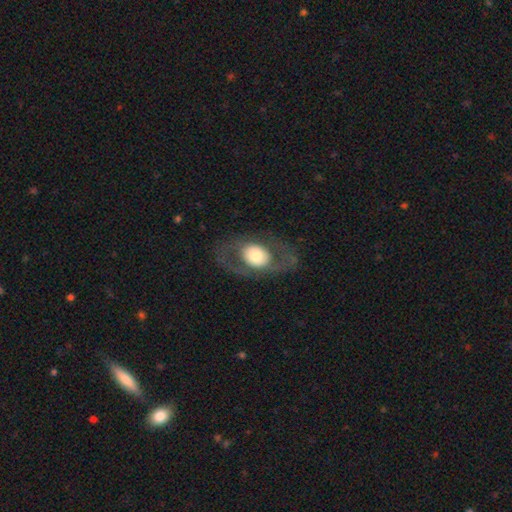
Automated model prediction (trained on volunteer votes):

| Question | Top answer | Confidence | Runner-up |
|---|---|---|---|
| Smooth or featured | featured or disk | 50% | smooth (43%) |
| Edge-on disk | no | 89% | yes (11%) |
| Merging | none | 72% | major disturbance (15%) |